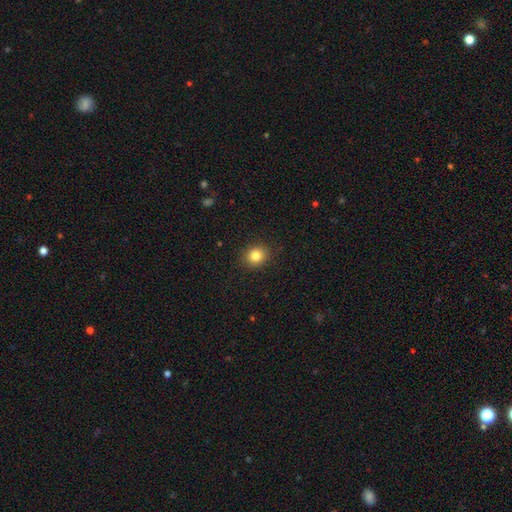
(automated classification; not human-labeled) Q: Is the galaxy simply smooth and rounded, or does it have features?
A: smooth — 83%.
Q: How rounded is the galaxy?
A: round — 80%.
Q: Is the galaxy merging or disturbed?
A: none — 90%.